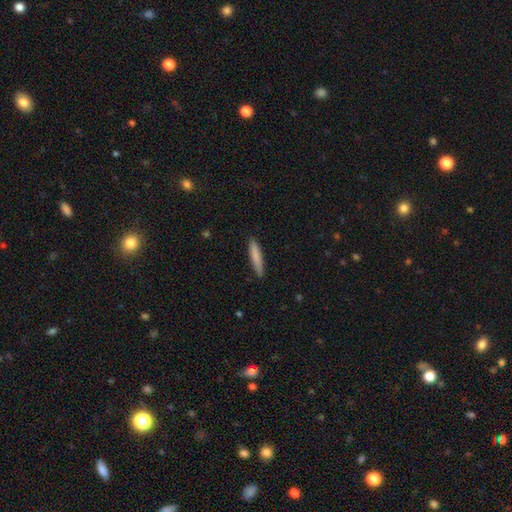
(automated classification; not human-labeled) smooth-or-featured: smooth: 80% | featured or disk: 15% | star or artifact: 6%
  how-rounded: cigar-shaped: 91% | in between: 8% | round: 1%
  merging: none: 88% | minor disturbance: 9% | major disturbance: 2% | merger: 1%